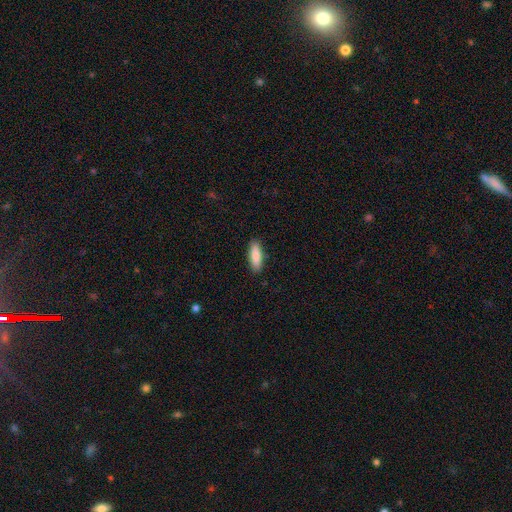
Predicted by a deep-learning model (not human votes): smooth-or-featured: smooth: 85% | featured or disk: 9% | star or artifact: 6%
  how-rounded: in between: 52% | cigar-shaped: 47% | round: 2%
  merging: none: 89% | minor disturbance: 8% | major disturbance: 2% | merger: 1%